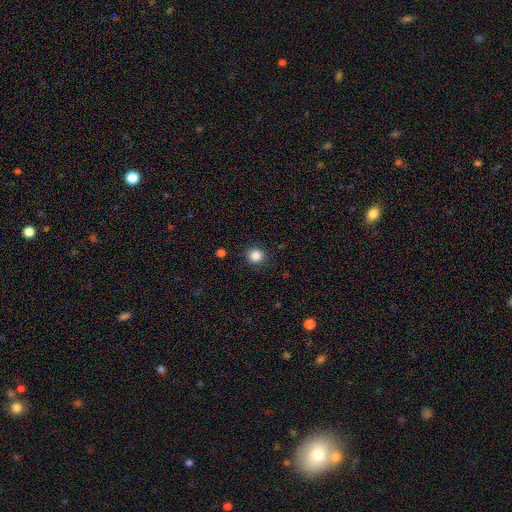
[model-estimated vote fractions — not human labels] This appears to be a smooth galaxy with no disk features (85%) that is round (90%). Merging: none (90%).